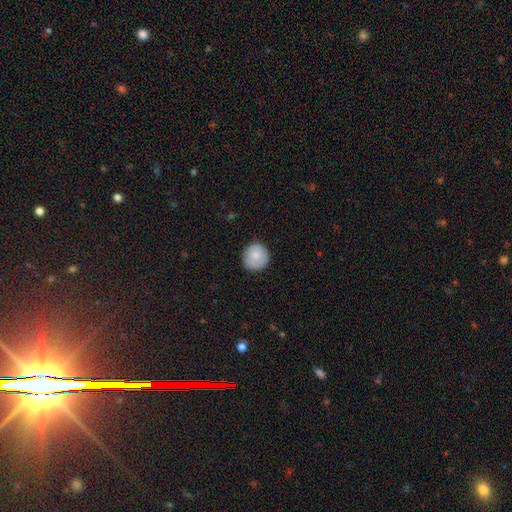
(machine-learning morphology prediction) Smooth or featured?
  - smooth: 75% *
  - featured or disk: 18%
  - star or artifact: 7%
How rounded?
  - round: 91% *
  - in between: 8%
  - cigar-shaped: 1%
Merging?
  - none: 85% *
  - minor disturbance: 11%
  - major disturbance: 2%
  - merger: 1%